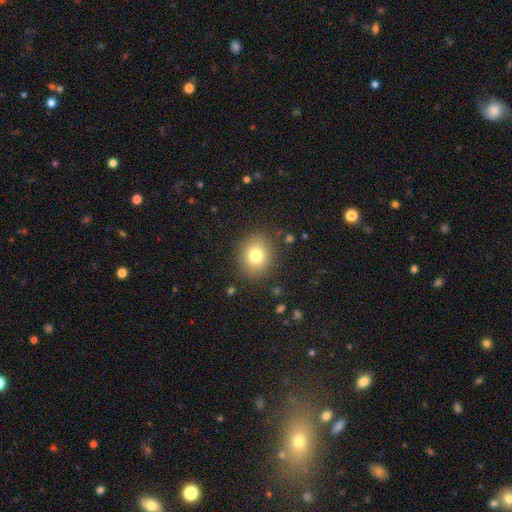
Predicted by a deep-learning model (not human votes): smooth-or-featured: smooth: 78% | star or artifact: 12% | featured or disk: 10%
  how-rounded: round: 75% | in between: 24% | cigar-shaped: 1%
  merging: none: 87% | minor disturbance: 8% | major disturbance: 3% | merger: 1%